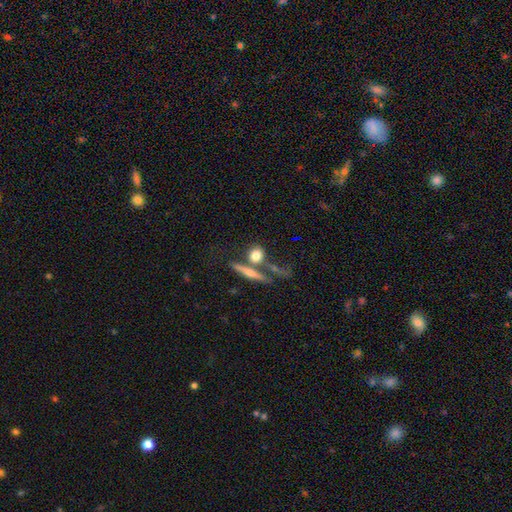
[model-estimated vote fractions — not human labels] Smooth or featured? smooth (65%)
How rounded? round (67%)
Merging? none (54%)